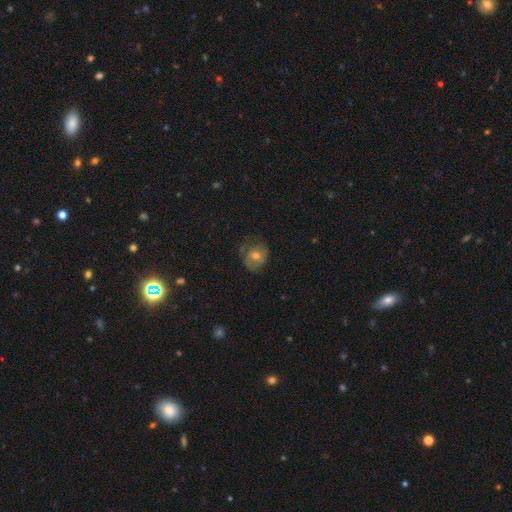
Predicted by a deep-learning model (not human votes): smooth-or-featured: smooth: 45% | featured or disk: 40% | star or artifact: 15%
  merging: none: 63% | minor disturbance: 24% | major disturbance: 11% | merger: 2%